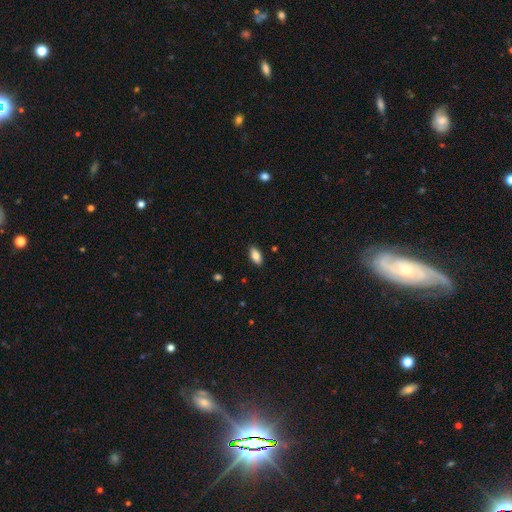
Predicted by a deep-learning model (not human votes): Overall: smooth (86%). How rounded: in between (92%). Merging: none (89%).